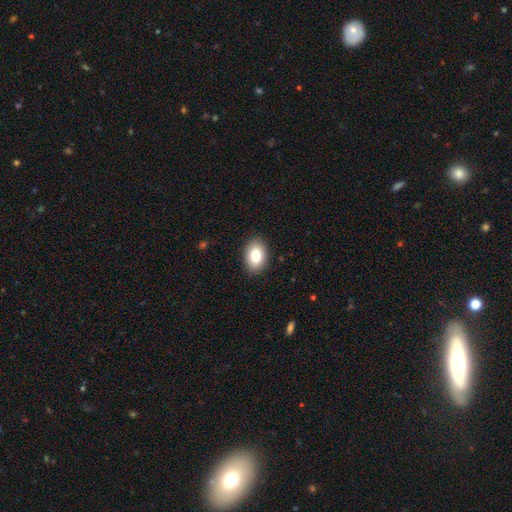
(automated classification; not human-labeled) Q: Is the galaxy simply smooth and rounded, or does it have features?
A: smooth — 82%.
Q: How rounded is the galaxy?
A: in between — 84%.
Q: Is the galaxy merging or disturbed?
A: none — 89%.